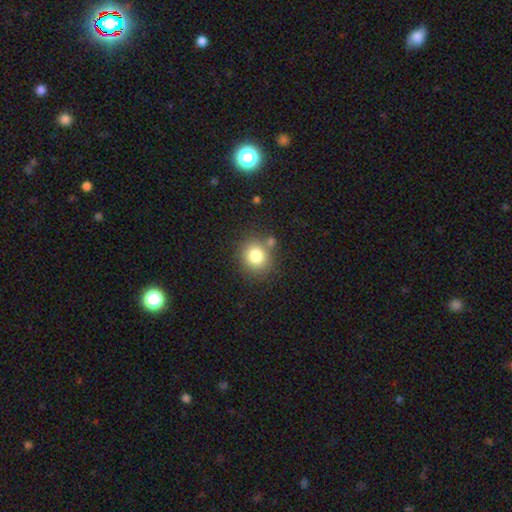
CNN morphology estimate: type=smooth (80%); roundness=round (81%); merging=none (75%).